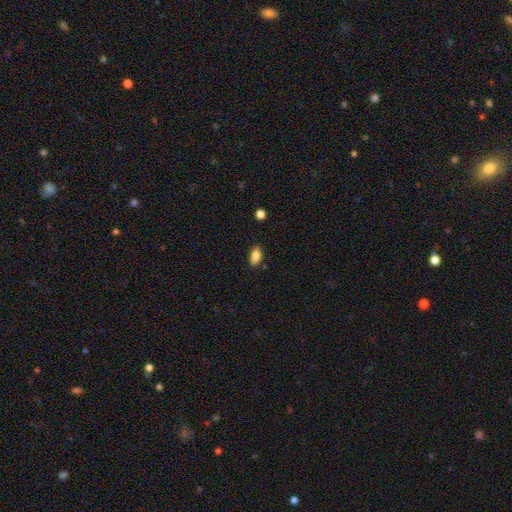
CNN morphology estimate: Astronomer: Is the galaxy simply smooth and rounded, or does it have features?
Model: smooth — 84%.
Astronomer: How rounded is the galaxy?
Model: in between — 89%.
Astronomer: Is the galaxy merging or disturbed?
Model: none — 83%.